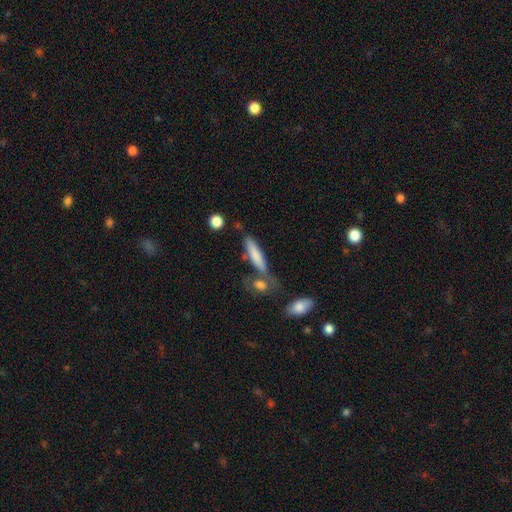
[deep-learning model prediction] The model was most divided on "merging": none: 57%, merger: 21%, minor disturbance: 16%, major disturbance: 7%. More confident: smooth or featured — smooth (77%); how rounded — cigar-shaped (74%).